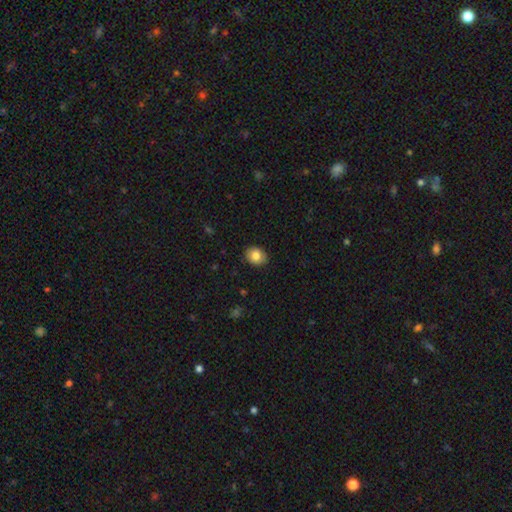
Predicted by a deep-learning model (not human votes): A smooth galaxy with no disk features (83%) that is round (53%).

Vote fractions:
- Smooth or featured? smooth: 83% / featured or disk: 9% / star or artifact: 8%
- How rounded? round: 53% / in between: 46% / cigar-shaped: 1%
- Merging? none: 88% / minor disturbance: 9% / major disturbance: 2% / merger: 1%